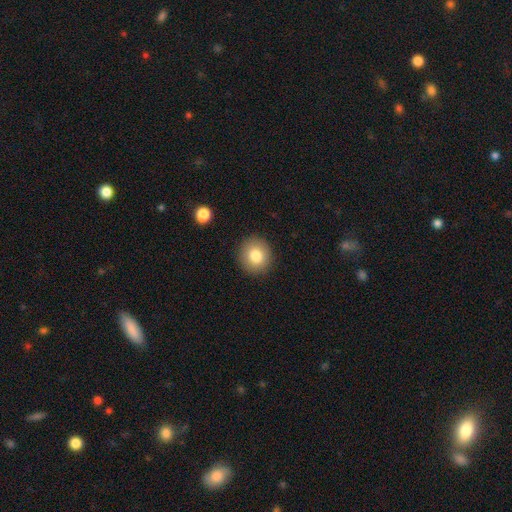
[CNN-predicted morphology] Smooth or featured?
  - smooth: 80% *
  - featured or disk: 10%
  - star or artifact: 10%
How rounded?
  - round: 89% *
  - in between: 10%
  - cigar-shaped: 1%
Merging?
  - none: 90% *
  - minor disturbance: 6%
  - major disturbance: 2%
  - merger: 1%